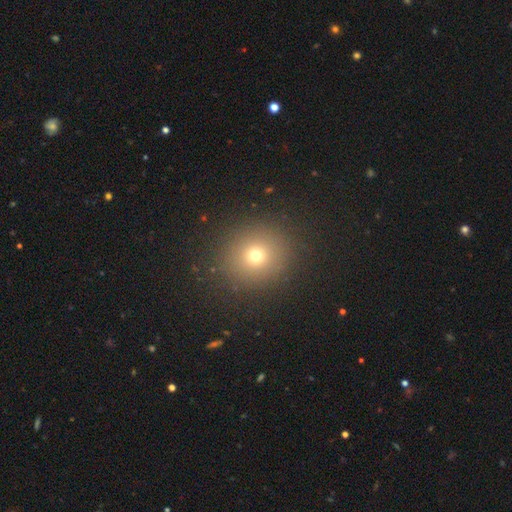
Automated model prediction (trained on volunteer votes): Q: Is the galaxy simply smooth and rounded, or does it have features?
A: smooth — 69%.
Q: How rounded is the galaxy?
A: round — 87%.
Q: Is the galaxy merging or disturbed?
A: none — 88%.